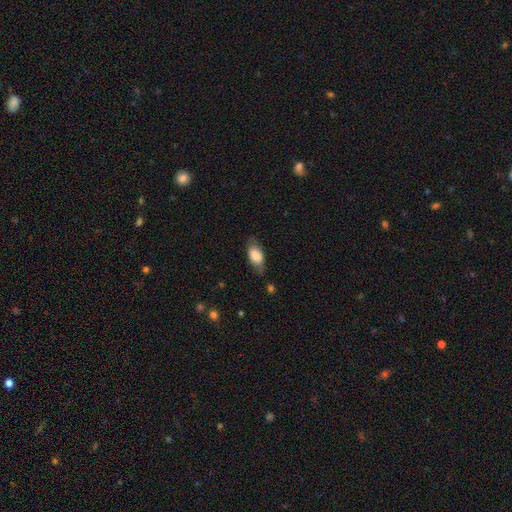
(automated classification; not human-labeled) A smooth galaxy with no disk features (78%) that is in between round and cigar-shaped (88%).

Vote fractions:
- Smooth or featured? smooth: 78% / featured or disk: 16% / star or artifact: 7%
- How rounded? in between: 88% / cigar-shaped: 8% / round: 5%
- Merging? none: 65% / minor disturbance: 25% / major disturbance: 8% / merger: 2%